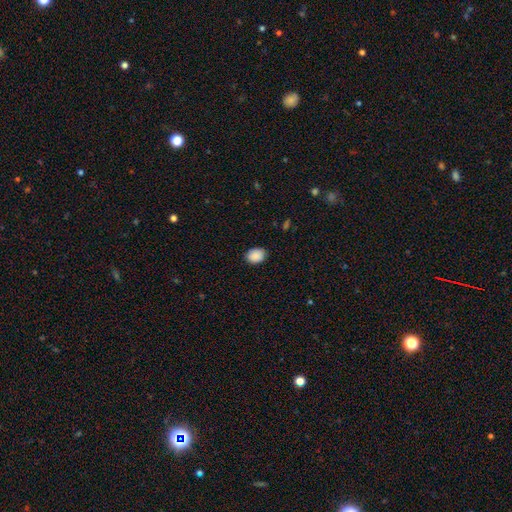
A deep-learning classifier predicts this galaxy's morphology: type=smooth (90%); roundness=in between (65%); merging=none (87%).